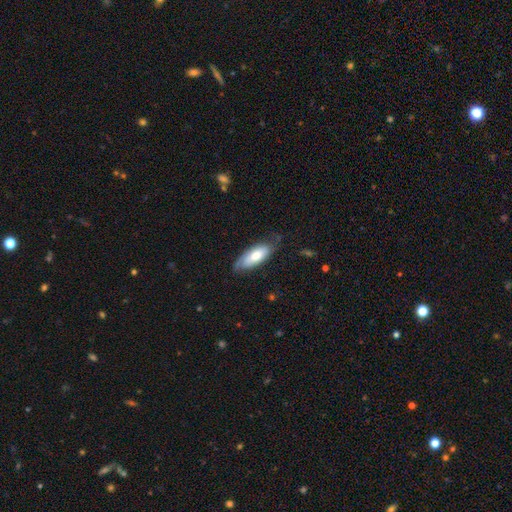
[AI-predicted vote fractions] A smooth galaxy with no disk features (62%) that is in between round and cigar-shaped (78%). Merging: none (63%).